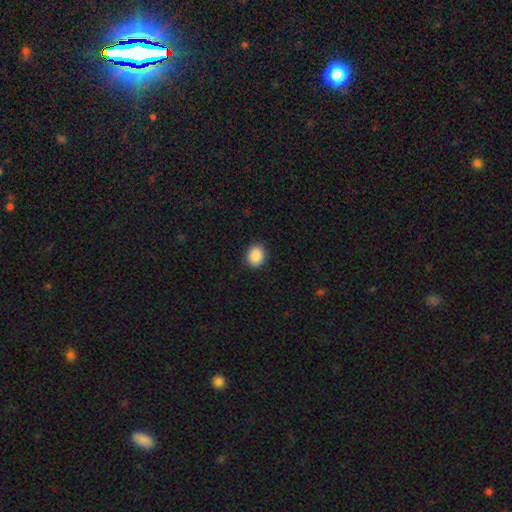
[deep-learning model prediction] This appears to be a smooth galaxy with no disk features (90%) that is round (61%). Merging: none (90%).